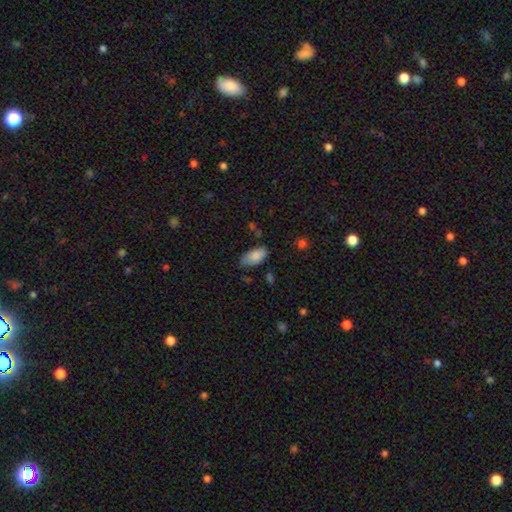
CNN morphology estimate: smooth 83%, featured or disk 10%, star or artifact 7%. Down the decision tree: how rounded — in between (94%); merging — none (59%).